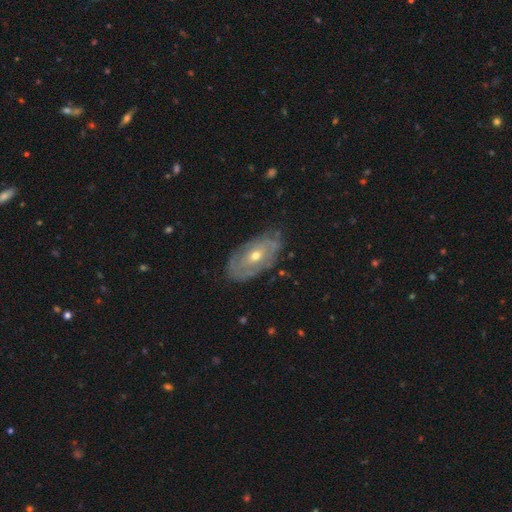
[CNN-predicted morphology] A featured or disk galaxy (66%) with no bar (74%), spiral arms (57%) and a moderate central bulge (58%). Merging: none (69%).